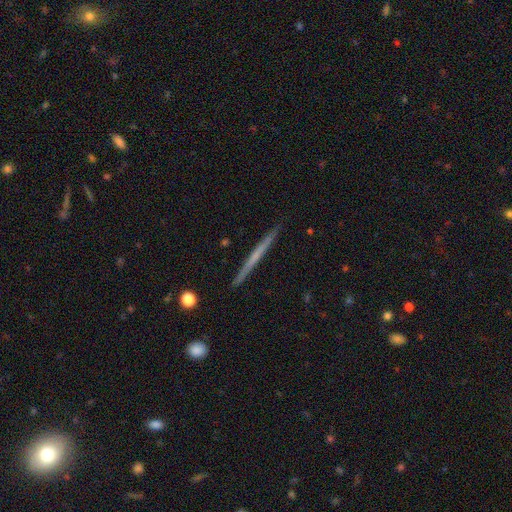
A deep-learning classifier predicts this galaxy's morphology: smooth_or_featured: featured or disk (p=0.55) [alt: smooth p=0.39]
disk_edge_on: yes (p=0.98) [alt: no p=0.02]
edge_on_bulge: none (p=0.86) [alt: rounded p=0.10]
merging: none (p=0.91) [alt: minor disturbance p=0.06]